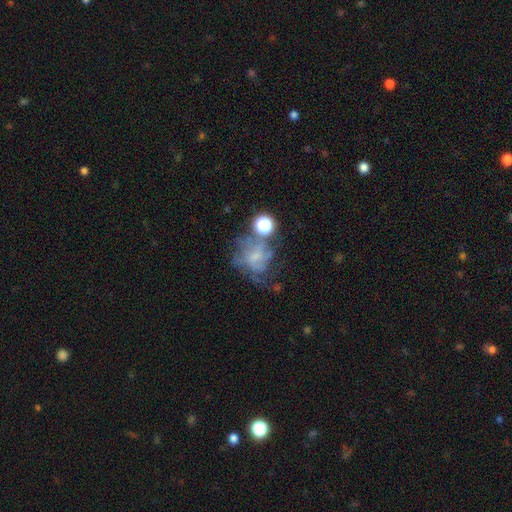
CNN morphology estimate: Smooth or featured? featured or disk (57%)
Edge-on disk? no (97%)
Bar? no (65%)
Spiral arms? yes (66%)
Bulge size? small (49%)
Merging? none (38%)